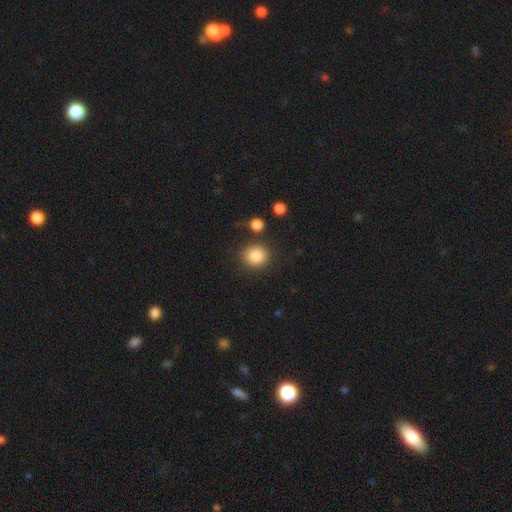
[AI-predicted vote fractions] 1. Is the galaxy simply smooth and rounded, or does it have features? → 86% smooth, 9% star or artifact, 5% featured or disk.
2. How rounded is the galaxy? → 84% round, 15% in between, 1% cigar-shaped.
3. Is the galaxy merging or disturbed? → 83% none, 9% minor disturbance, 5% merger, 3% major disturbance.